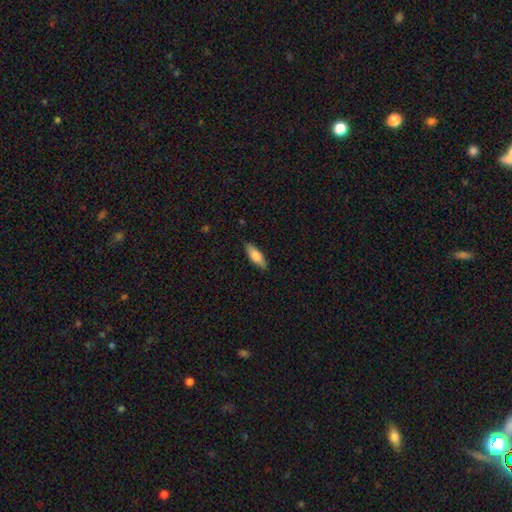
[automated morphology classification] The model was most divided on "how rounded": in between: 66%, cigar-shaped: 32%, round: 2%. More confident: merging — none (86%); smooth or featured — smooth (75%).